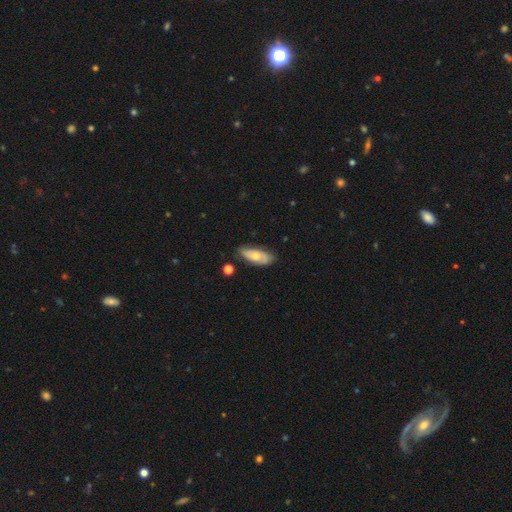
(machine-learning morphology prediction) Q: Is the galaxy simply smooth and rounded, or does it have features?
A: smooth — 52%.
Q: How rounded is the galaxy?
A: in between — 80%.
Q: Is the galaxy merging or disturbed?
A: none — 74%.